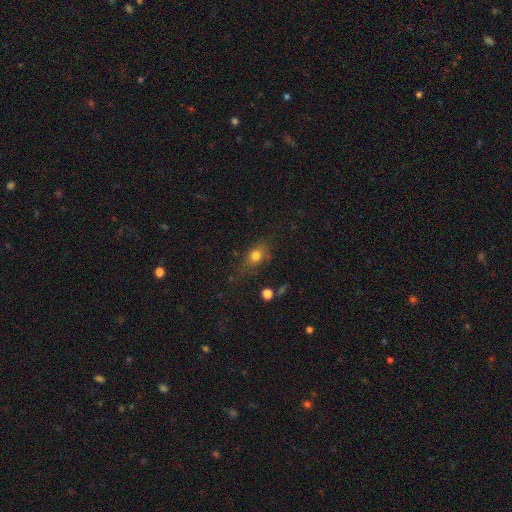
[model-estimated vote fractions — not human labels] Overall: smooth (76%). How rounded: in between (62%; round 32%). Merging: none (65%).